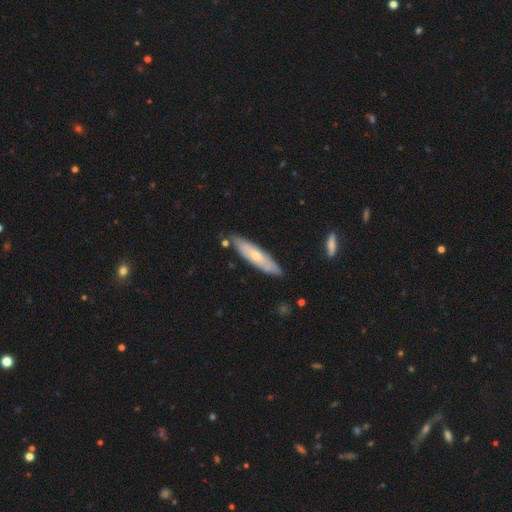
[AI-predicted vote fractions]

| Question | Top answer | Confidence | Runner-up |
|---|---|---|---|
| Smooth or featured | smooth | 48% | featured or disk (47%) |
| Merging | none | 81% | minor disturbance (14%) |